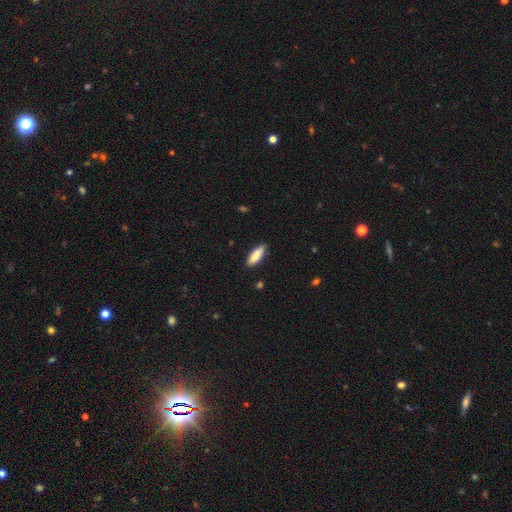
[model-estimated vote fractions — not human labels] Smooth or featured: smooth — 85% (featured or disk — 9%)
How rounded: in between — 52% (cigar-shaped — 47%)
Merging: none — 84% (minor disturbance — 12%)